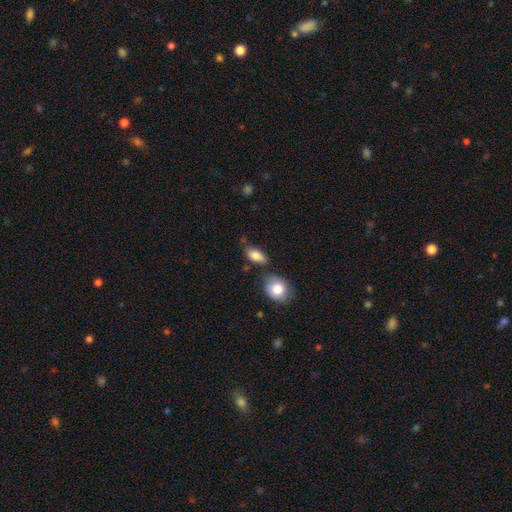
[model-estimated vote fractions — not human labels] Overall: smooth (83%). How rounded: in between (89%). Merging: none (66%).